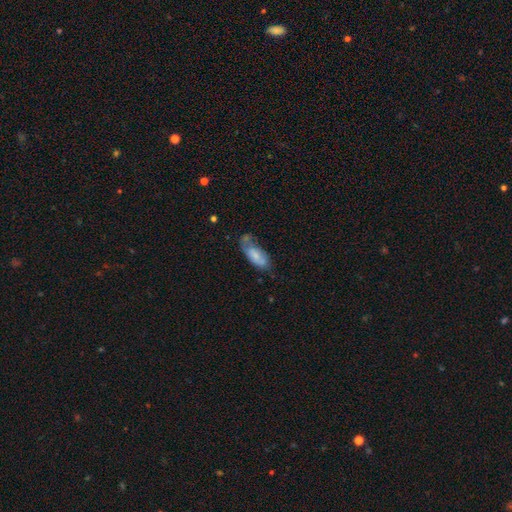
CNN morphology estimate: The model was most divided on "merging": none: 34%, minor disturbance: 33%, major disturbance: 23%, merger: 10%. More confident: how rounded — in between (83%); smooth or featured — smooth (63%).